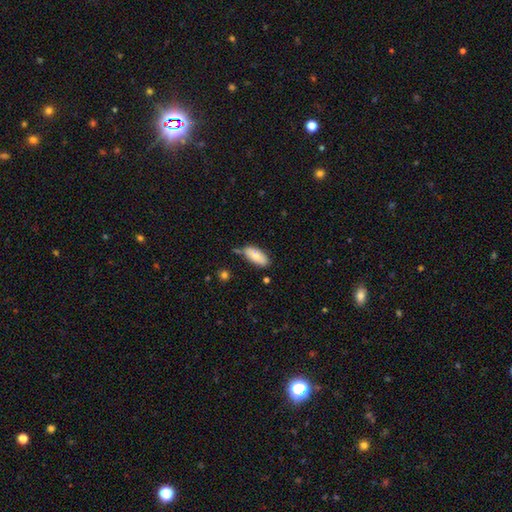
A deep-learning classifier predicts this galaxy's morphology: smooth-or-featured: smooth: 81% | featured or disk: 13% | star or artifact: 6%
  how-rounded: in between: 84% | cigar-shaped: 14% | round: 2%
  merging: none: 72% | minor disturbance: 20% | merger: 5% | major disturbance: 3%